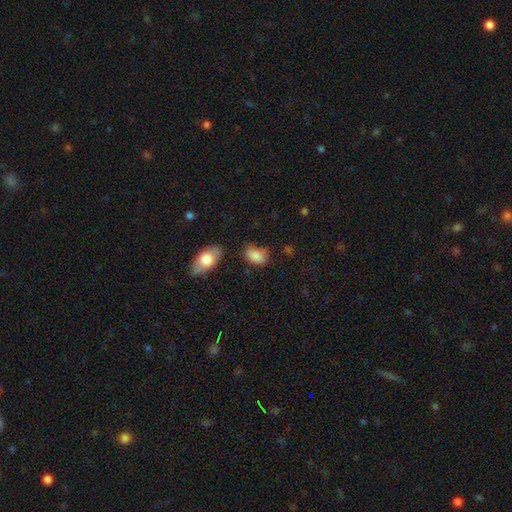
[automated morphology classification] Overall: smooth (85%). How rounded: in between (87%). Merging: none (61%; minor disturbance 27%).